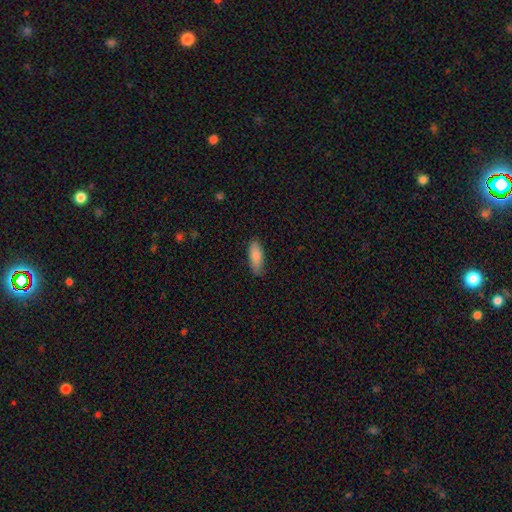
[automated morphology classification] smooth 86%, featured or disk 8%, star or artifact 6%. Down the decision tree: how rounded — in between (71%); merging — none (83%).